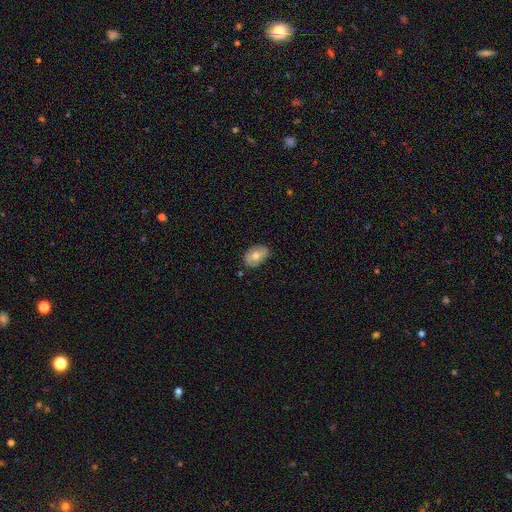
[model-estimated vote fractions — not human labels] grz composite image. It shows a smooth galaxy with no disk features (61%) that is in between round and cigar-shaped (84%). Merging: none (77%).